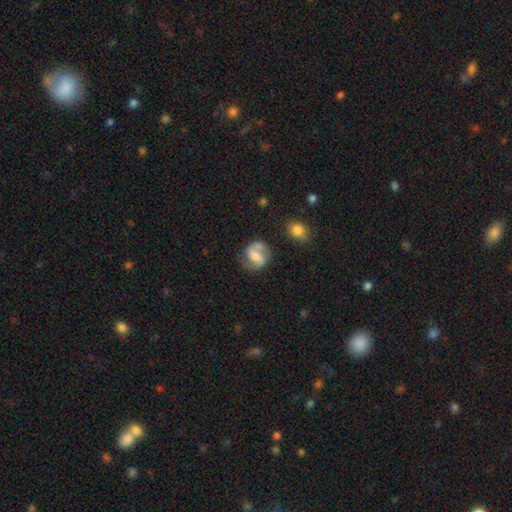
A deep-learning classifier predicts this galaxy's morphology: smooth-or-featured: featured or disk: 74% | smooth: 20% | star or artifact: 6%
  disk-edge-on: no: 98% | yes: 2%
    bar: weak: 42% | strong: 32% | no: 26%
    has-spiral-arms: yes: 92% | no: 8%
      spiral-winding: medium: 50% | loose: 30% | tight: 20%
      spiral-arm-count: 2: 89% | can't tell: 4% | 1: 4% | 3: 1% | 4: 1% | more than 4: 1%
    bulge-size: moderate: 41% | small: 34% | none: 14% | large: 10% | dominant: 2%
  merging: none: 68% | minor disturbance: 17% | major disturbance: 8% | merger: 7%